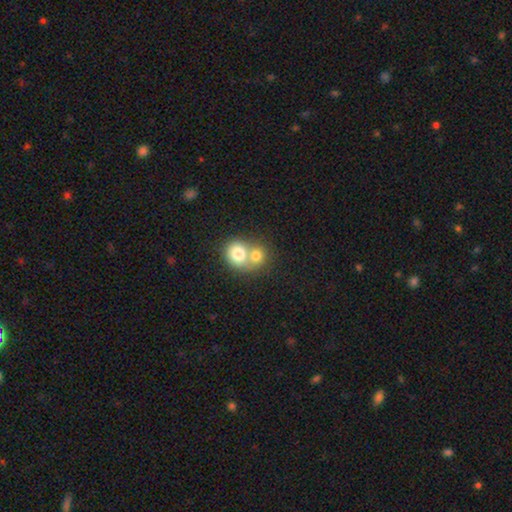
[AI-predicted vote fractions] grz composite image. It shows a smooth galaxy with no disk features (77%) that is round (76%). Merging: merger (66%).